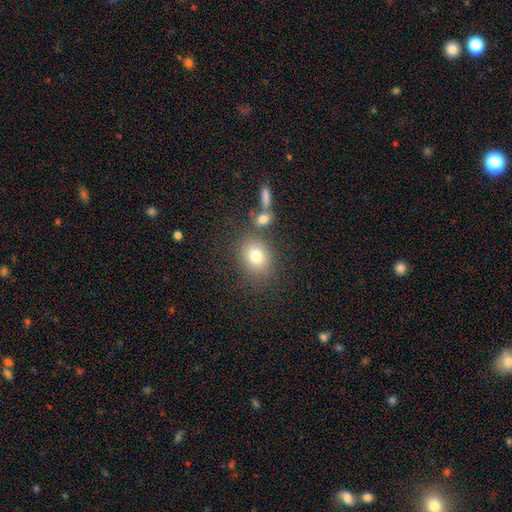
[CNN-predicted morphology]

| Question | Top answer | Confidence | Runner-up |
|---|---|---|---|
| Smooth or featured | smooth | 77% | star or artifact (13%) |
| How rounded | round | 60% | in between (39%) |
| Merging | none | 72% | minor disturbance (12%) |